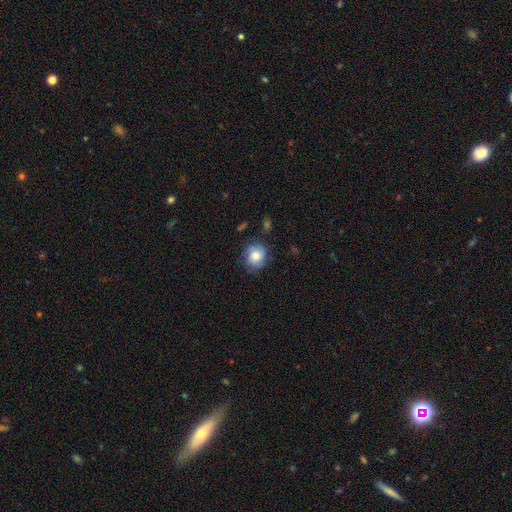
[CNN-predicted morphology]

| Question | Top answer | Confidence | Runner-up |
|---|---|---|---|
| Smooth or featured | smooth | 78% | featured or disk (14%) |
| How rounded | round | 70% | in between (29%) |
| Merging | none | 72% | minor disturbance (20%) |